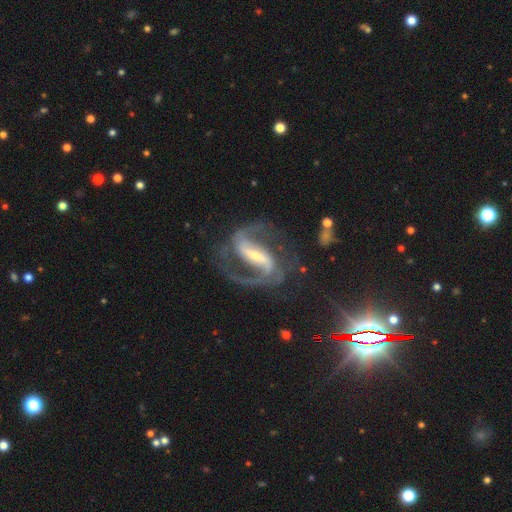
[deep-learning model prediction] smooth-or-featured: featured or disk: 91% | star or artifact: 5% | smooth: 3%
  disk-edge-on: no: 97% | yes: 3%
    bar: strong: 68% | weak: 25% | no: 7%
    has-spiral-arms: yes: 98% | no: 2%
      spiral-winding: medium: 60% | loose: 22% | tight: 18%
      spiral-arm-count: 2: 92% | can't tell: 2% | 3: 2% | 1: 2% | 4: 1% | more than 4: 1%
    bulge-size: small: 55% | moderate: 32% | large: 6% | none: 5% | dominant: 1%
  merging: none: 73% | minor disturbance: 14% | major disturbance: 11% | merger: 2%